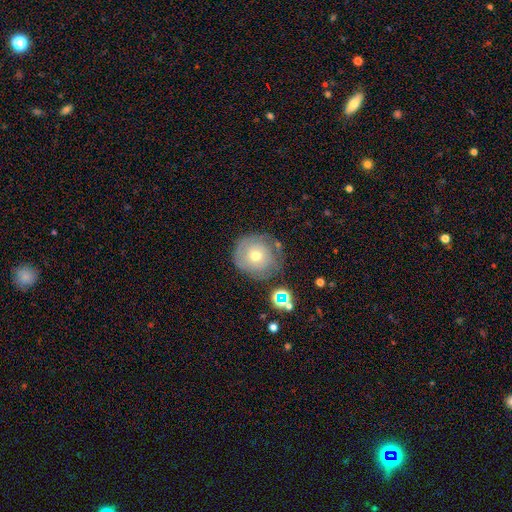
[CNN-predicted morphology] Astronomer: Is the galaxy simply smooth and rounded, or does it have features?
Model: smooth — 51% (runner-up: featured or disk, 39%).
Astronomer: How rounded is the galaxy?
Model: round — 92%.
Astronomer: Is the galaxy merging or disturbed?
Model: none — 68%.